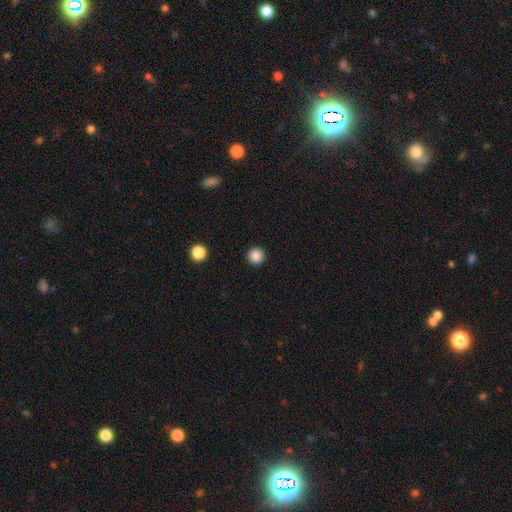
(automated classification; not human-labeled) Smooth or featured?
  - smooth: 87% *
  - star or artifact: 10%
  - featured or disk: 3%
How rounded?
  - round: 95% *
  - in between: 4%
  - cigar-shaped: 1%
Merging?
  - none: 92% *
  - minor disturbance: 5%
  - major disturbance: 2%
  - merger: 1%